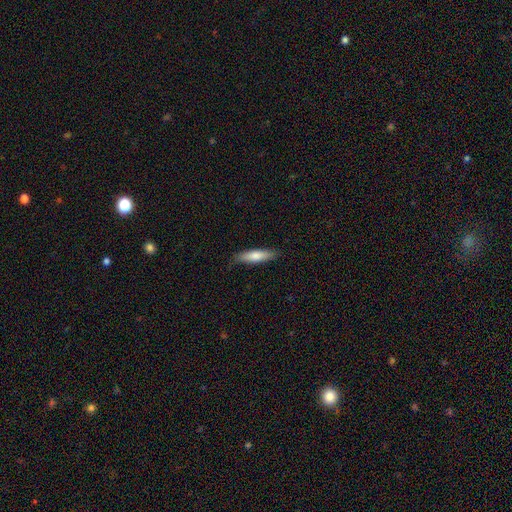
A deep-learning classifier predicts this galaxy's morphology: smooth 73%, featured or disk 22%, star or artifact 5%. Down the decision tree: how rounded — cigar-shaped (73%); merging — none (83%).